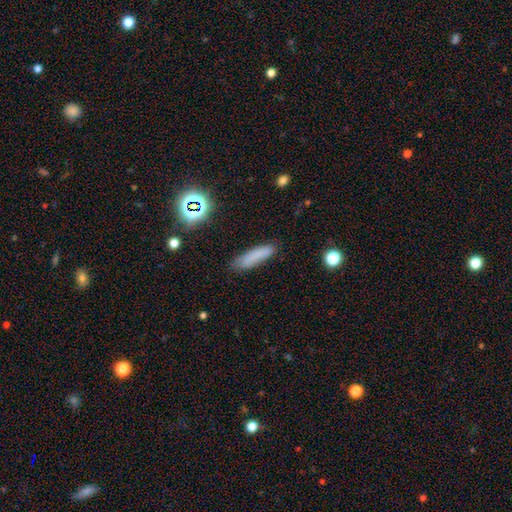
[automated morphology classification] Smooth or featured: smooth — 78% (star or artifact — 12%)
How rounded: cigar-shaped — 75% (in between — 23%)
Merging: none — 79% (minor disturbance — 16%)